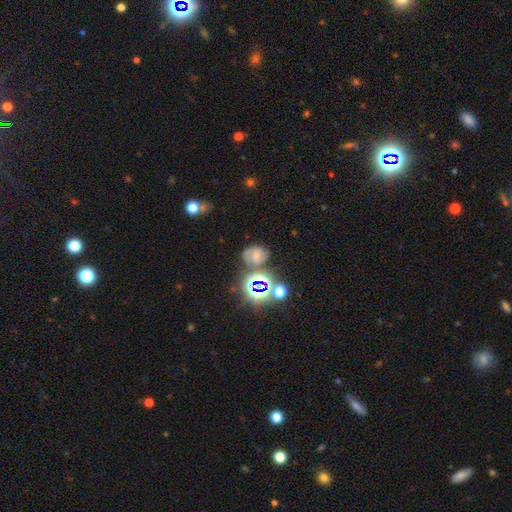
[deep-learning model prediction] Smooth or featured? featured or disk (45%)
Merging? none (56%)